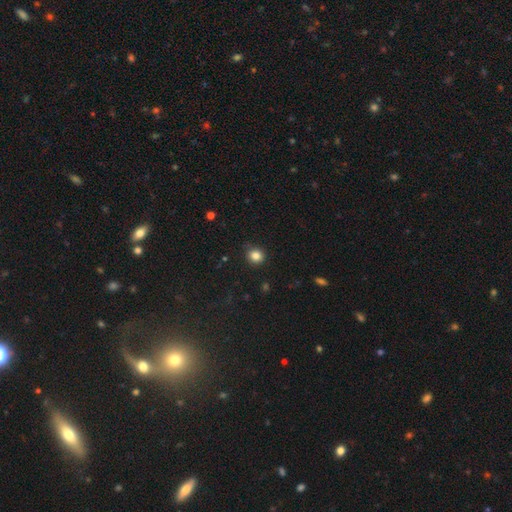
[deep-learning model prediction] smooth 84%, star or artifact 12%, featured or disk 5%. Down the decision tree: how rounded — round (85%); merging — none (83%).